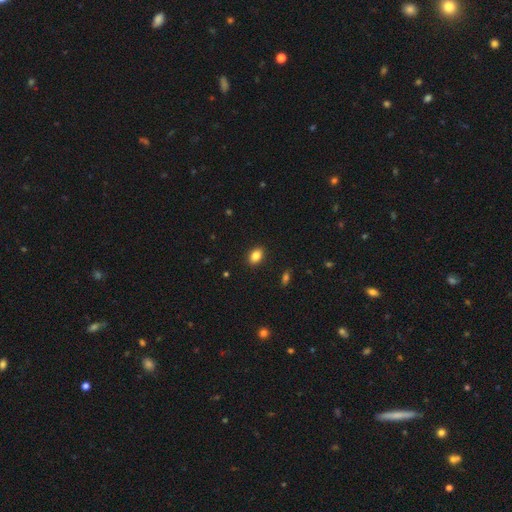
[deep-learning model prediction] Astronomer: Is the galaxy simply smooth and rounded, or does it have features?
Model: smooth — 85%.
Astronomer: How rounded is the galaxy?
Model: in between — 81%.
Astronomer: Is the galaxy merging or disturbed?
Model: none — 90%.